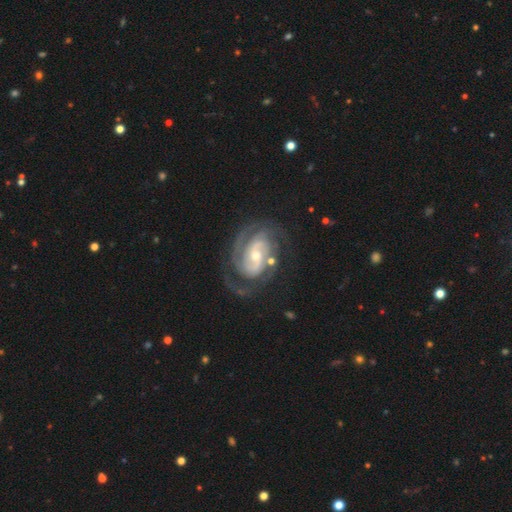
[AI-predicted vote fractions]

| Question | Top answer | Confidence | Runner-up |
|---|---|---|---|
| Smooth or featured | featured or disk | 90% | smooth (5%) |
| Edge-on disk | no | 97% | yes (3%) |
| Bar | weak | 42% | no (40%) |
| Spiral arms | yes | 97% | no (3%) |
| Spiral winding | tight | 60% | medium (33%) |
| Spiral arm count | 2 | 52% | 3 (21%) |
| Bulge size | moderate | 49% | small (46%) |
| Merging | none | 64% | minor disturbance (19%) |